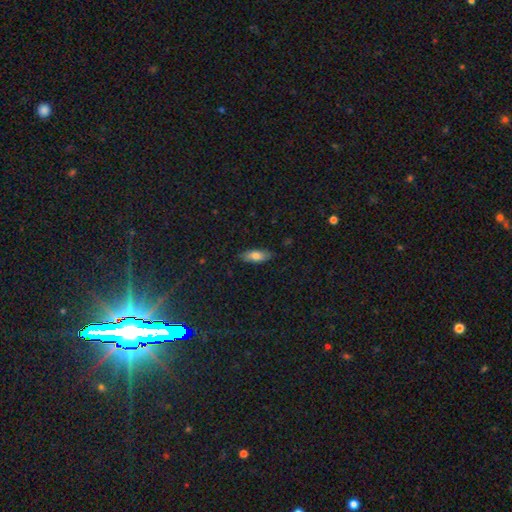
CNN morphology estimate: A smooth galaxy with no disk features (75%) that is in between round and cigar-shaped (74%). Merging: none (85%).